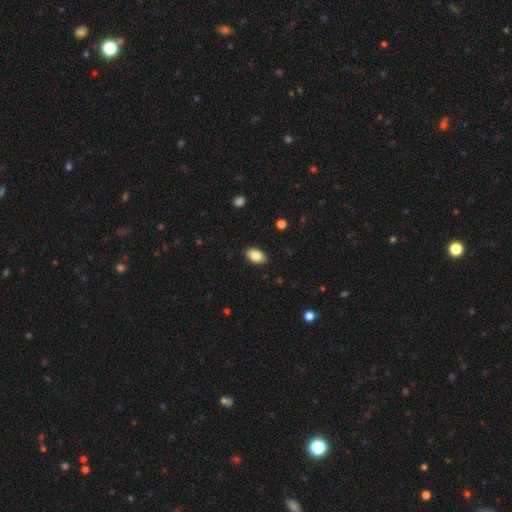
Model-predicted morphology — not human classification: smooth 85%, featured or disk 8%, star or artifact 7%. Down the decision tree: how rounded — in between (92%); merging — none (90%).